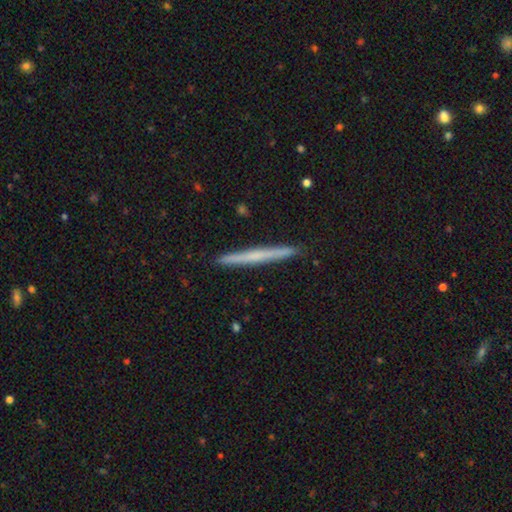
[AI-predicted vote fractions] Morphology: type=featured or disk (50%); merging=none (92%).